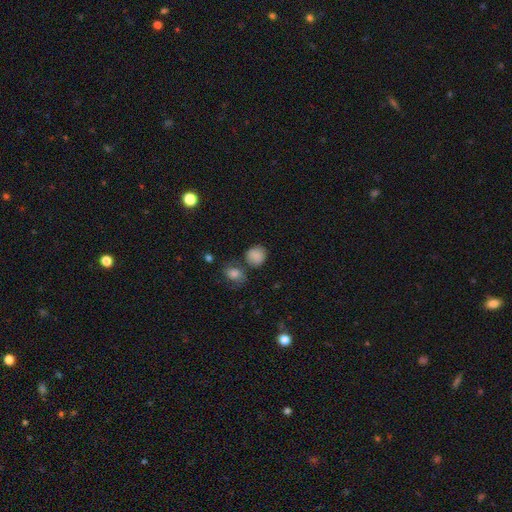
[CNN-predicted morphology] This appears to be a smooth galaxy with no disk features (84%) that is round (80%). Merging: none (67%).